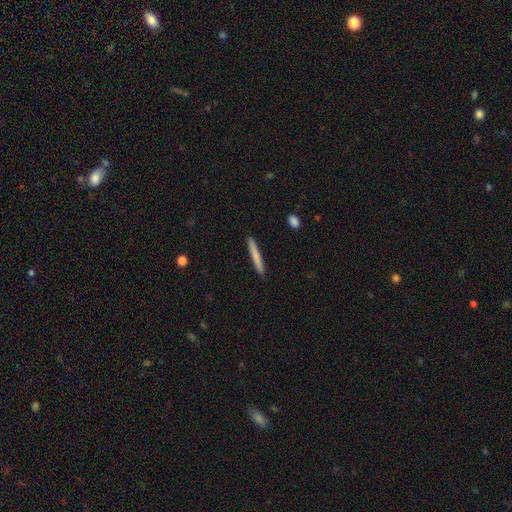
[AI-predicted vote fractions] smooth-or-featured: smooth: 73% | featured or disk: 22% | star or artifact: 5%
  how-rounded: cigar-shaped: 97% | in between: 2% | round: 1%
  merging: none: 92% | minor disturbance: 6% | major disturbance: 1% | merger: 1%